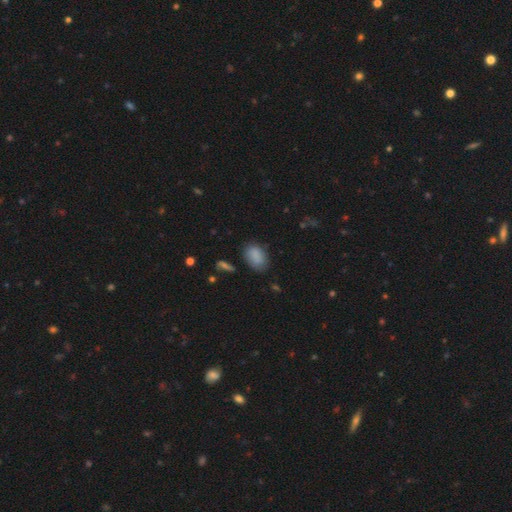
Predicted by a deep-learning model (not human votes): Smooth or featured? smooth (87%)
How rounded? in between (88%)
Merging? none (76%)